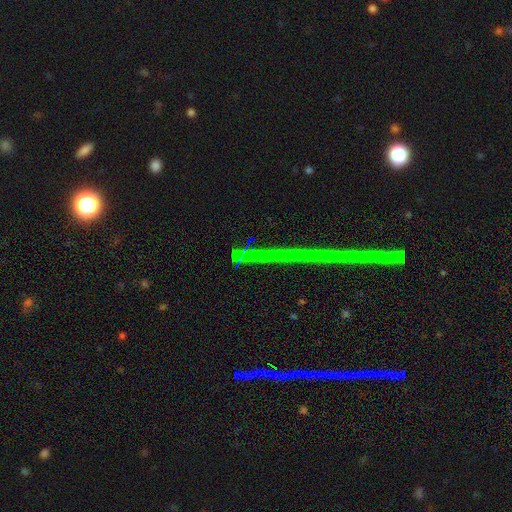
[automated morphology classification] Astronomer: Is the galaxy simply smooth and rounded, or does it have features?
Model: star or artifact — 79%.